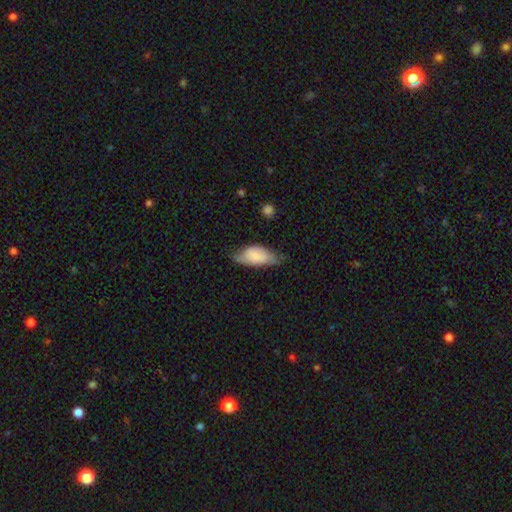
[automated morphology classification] Smooth or featured?
  - smooth: 67% *
  - featured or disk: 26%
  - star or artifact: 7%
How rounded?
  - in between: 87% *
  - cigar-shaped: 10%
  - round: 3%
Merging?
  - none: 44% *
  - minor disturbance: 40%
  - major disturbance: 13%
  - merger: 2%